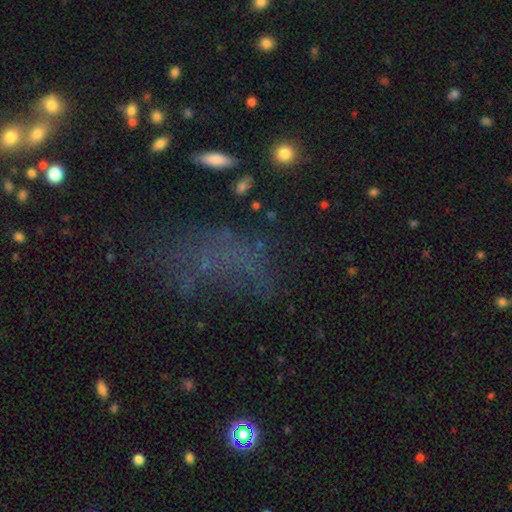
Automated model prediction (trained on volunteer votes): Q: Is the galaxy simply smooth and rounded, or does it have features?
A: smooth — 38%.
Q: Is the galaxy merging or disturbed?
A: major disturbance — 39%.